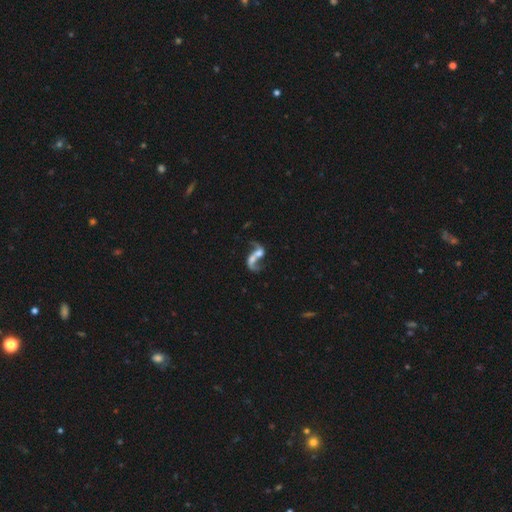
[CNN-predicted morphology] The model was most divided on "bulge size": moderate: 32%, small: 27%, none: 24%, large: 14%, dominant: 3%. More confident: edge-on disk — no (96%); spiral winding — loose (84%); spiral arms — yes (78%); smooth or featured — featured or disk (71%); spiral arm count — 2 (68%); merging — merger (59%); bar — no (53%).